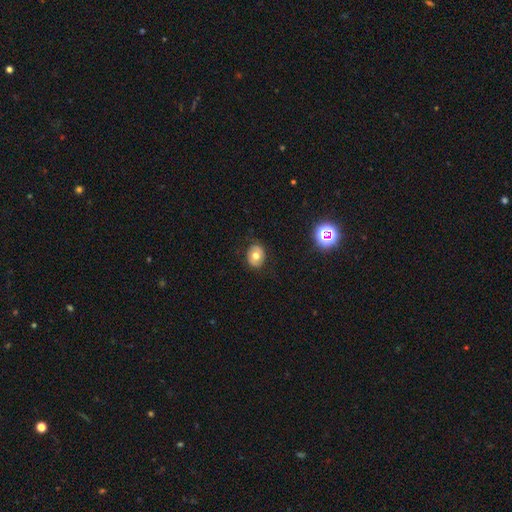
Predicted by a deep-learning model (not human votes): Overall: smooth (66%). How rounded: in between (50%, tied with round). Merging: none (85%).